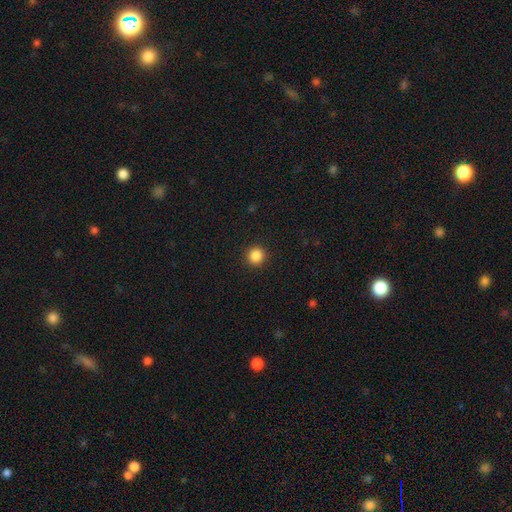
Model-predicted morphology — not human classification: smooth-or-featured: smooth: 87% | star or artifact: 11% | featured or disk: 3%
  how-rounded: round: 94% | in between: 5% | cigar-shaped: 1%
  merging: none: 92% | minor disturbance: 5% | major disturbance: 2% | merger: 1%